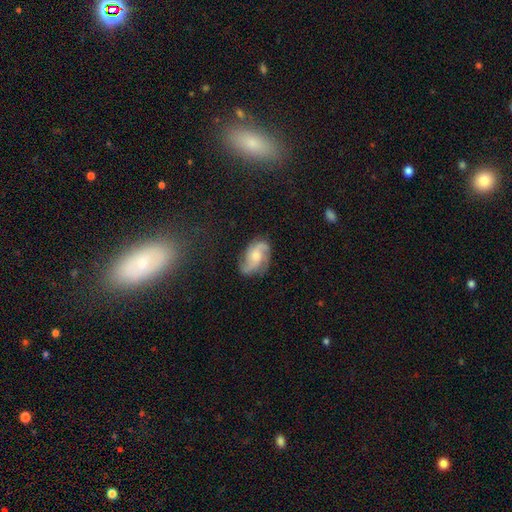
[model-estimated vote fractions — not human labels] smooth_or_featured: featured or disk (p=0.79) [alt: smooth p=0.15]
disk_edge_on: no (p=0.97) [alt: yes p=0.03]
bar: no (p=0.62) [alt: weak p=0.32]
has_spiral_arms: yes (p=0.96) [alt: no p=0.04]
spiral_winding: medium (p=0.48) [alt: loose p=0.30]
spiral_arm_count: 2 (p=0.48) [alt: 3 p=0.33]
bulge_size: moderate (p=0.51) [alt: small p=0.28]
merging: none (p=0.73) [alt: minor disturbance p=0.18]